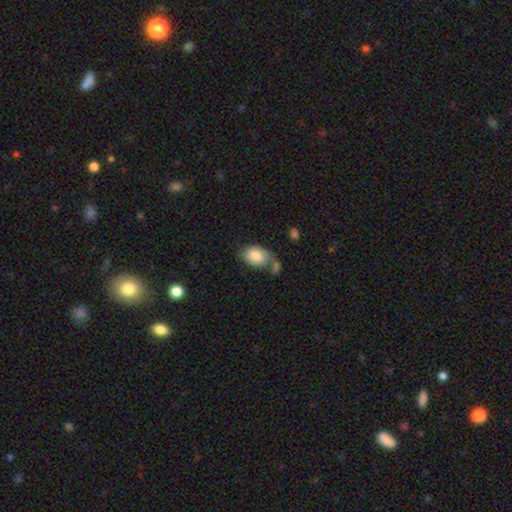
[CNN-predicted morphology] This is clearly a smooth galaxy (82%). How rounded: clearly in between (84%). Merging: possibly none (50%).